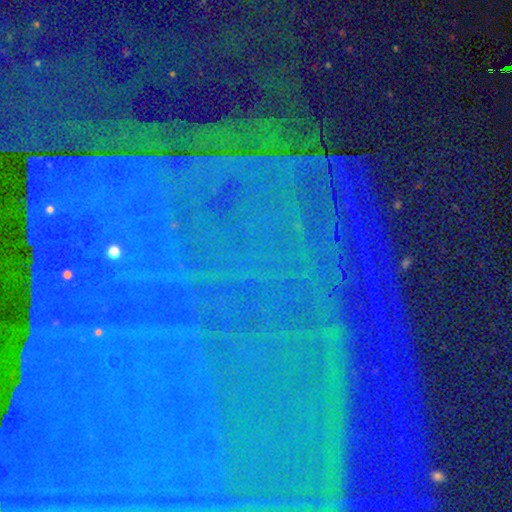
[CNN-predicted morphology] type=star or artifact (86%).